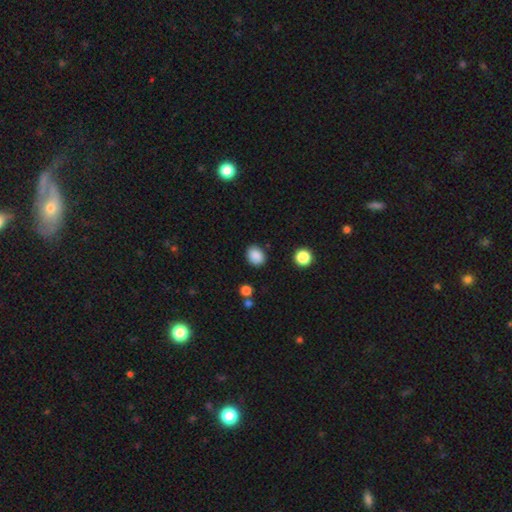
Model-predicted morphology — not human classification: Overall: smooth (87%). How rounded: round (52%; in between 47%). Merging: none (85%).